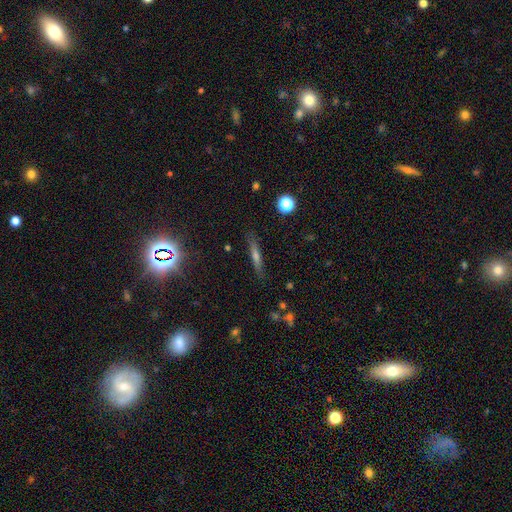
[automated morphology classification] Smooth or featured: smooth — 42% (tied with featured or disk — 42%)
Merging: none — 86% (minor disturbance — 10%)